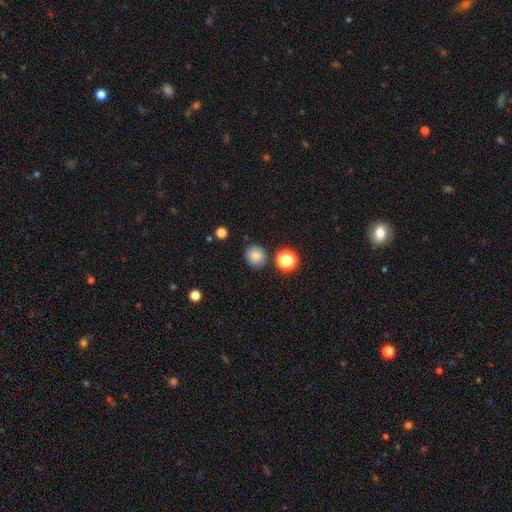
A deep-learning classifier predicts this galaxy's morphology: A smooth galaxy with no disk features (80%) that is round (90%). Merging: none (86%).